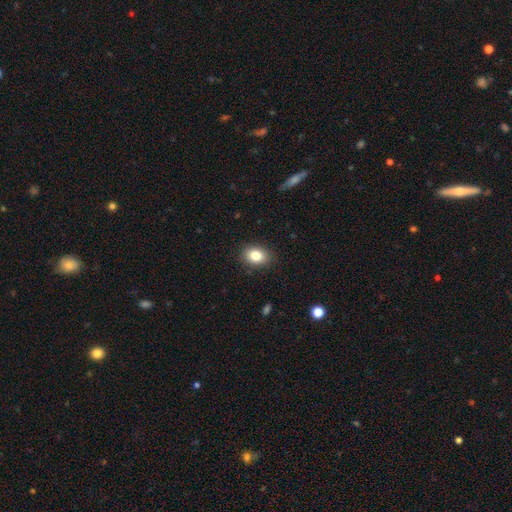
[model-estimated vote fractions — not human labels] Overall: smooth (83%). How rounded: in between (71%). Merging: none (88%).